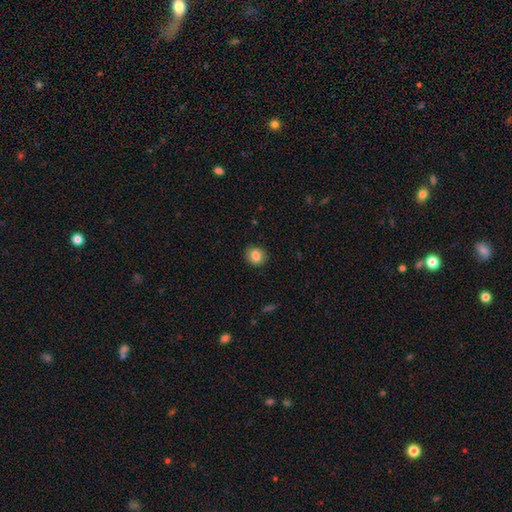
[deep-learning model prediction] Smooth or featured? Predicted: smooth (p=0.84). How rounded? Predicted: round (p=0.70). Merging? Predicted: none (p=0.89).